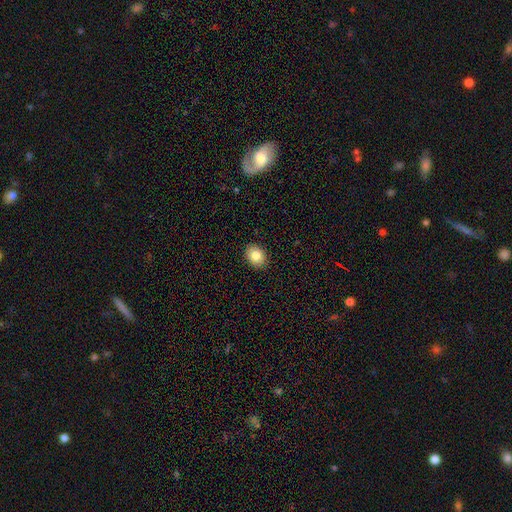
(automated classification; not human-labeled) Smooth or featured?
  - smooth: 81% *
  - featured or disk: 10%
  - star or artifact: 9%
How rounded?
  - in between: 57% *
  - round: 42%
  - cigar-shaped: 1%
Merging?
  - none: 90% *
  - minor disturbance: 7%
  - major disturbance: 2%
  - merger: 1%